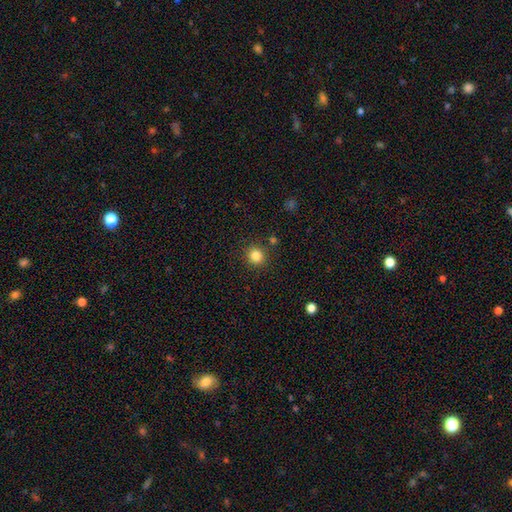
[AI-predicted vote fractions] A smooth galaxy with no disk features (84%) that is round (91%). Merging: none (88%).